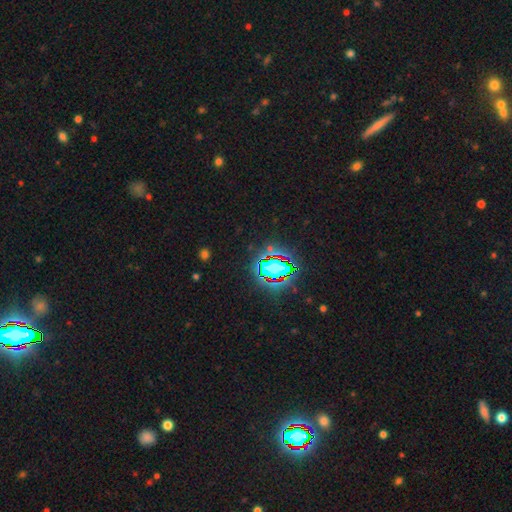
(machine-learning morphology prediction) Smooth or featured? star or artifact (82%)